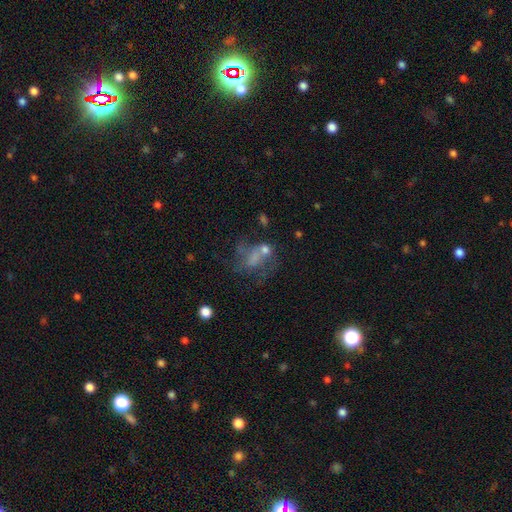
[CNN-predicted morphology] Q: Smooth or featured?
A: featured or disk (48%); runner-up: star or artifact (28%)
Q: Merging?
A: none (41%); runner-up: major disturbance (26%)